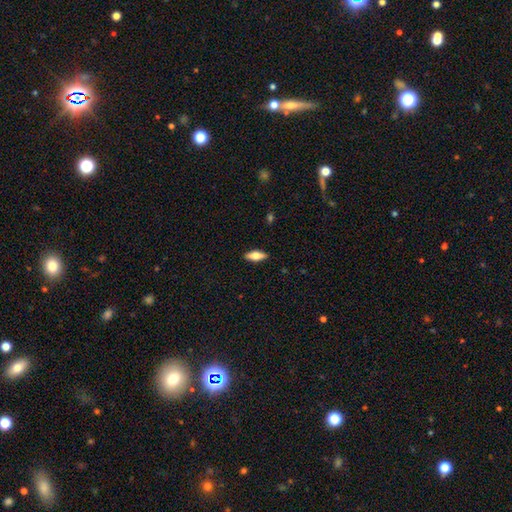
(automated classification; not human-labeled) This is likely a smooth galaxy (64%). How rounded: likely in between (70%). Merging: clearly none (89%).